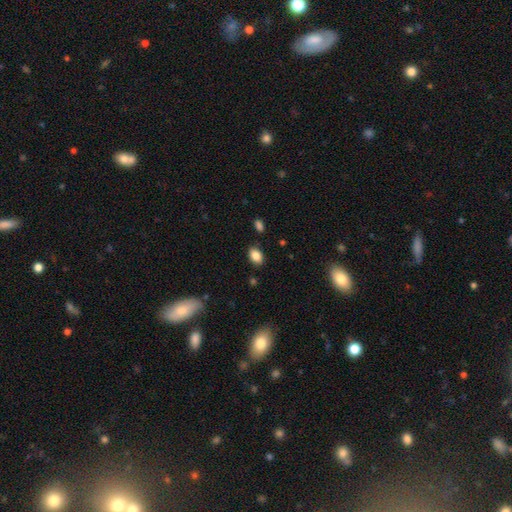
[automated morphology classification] Q: Smooth or featured?
A: smooth (86%); runner-up: star or artifact (9%)
Q: How rounded?
A: in between (82%); runner-up: round (17%)
Q: Merging?
A: none (84%); runner-up: minor disturbance (11%)